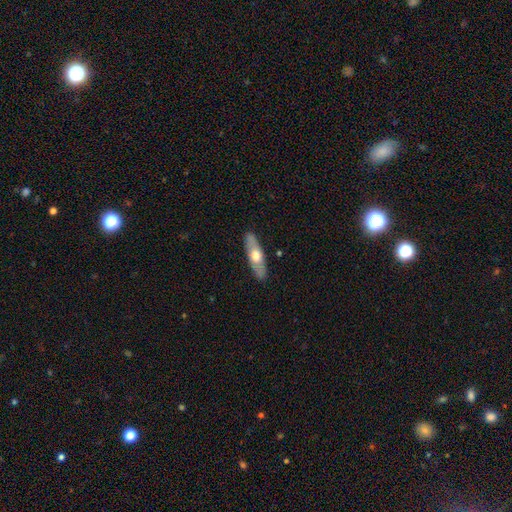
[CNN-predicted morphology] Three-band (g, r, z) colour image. It shows a smooth galaxy with no disk features (52%) that is cigar-shaped (52%). Merging: none (88%).